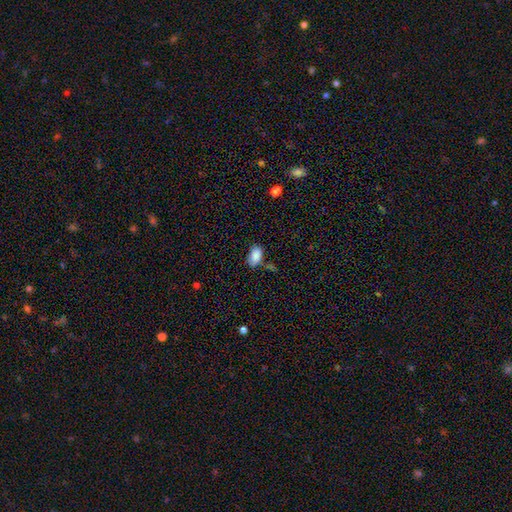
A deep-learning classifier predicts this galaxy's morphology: smooth-or-featured: smooth: 87% | star or artifact: 8% | featured or disk: 5%
  how-rounded: in between: 92% | round: 7% | cigar-shaped: 2%
  merging: none: 70% | minor disturbance: 19% | merger: 7% | major disturbance: 4%